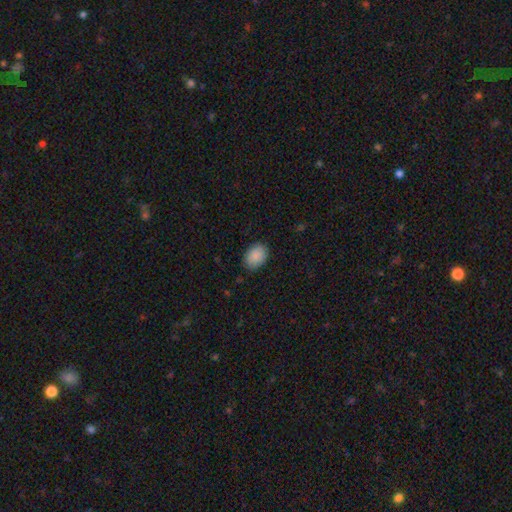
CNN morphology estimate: A smooth galaxy with no disk features (90%) that is in between round and cigar-shaped (75%). Merging: none (85%).